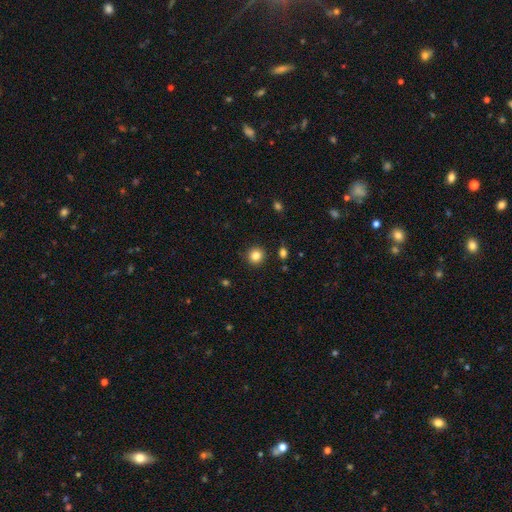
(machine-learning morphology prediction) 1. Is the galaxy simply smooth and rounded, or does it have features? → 83% smooth, 11% star or artifact, 5% featured or disk.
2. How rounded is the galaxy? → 93% round, 6% in between, 1% cigar-shaped.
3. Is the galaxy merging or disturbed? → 91% none, 6% minor disturbance, 2% major disturbance, 2% merger.